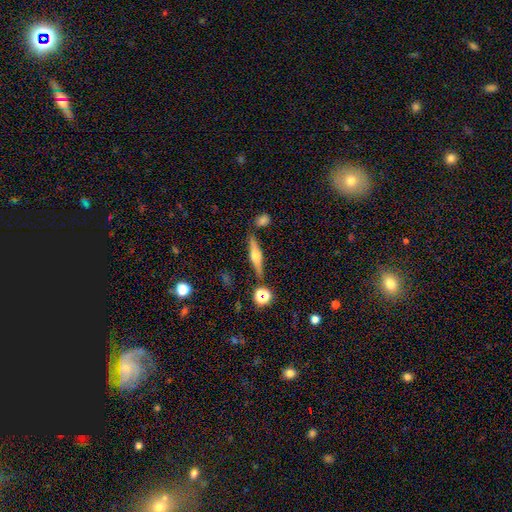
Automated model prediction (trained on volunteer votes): Smooth or featured? Predicted: featured or disk (p=0.62). Edge-on disk? Predicted: yes (p=0.96). Edge-on bulge? Predicted: rounded (p=0.91). Merging? Predicted: none (p=0.82).